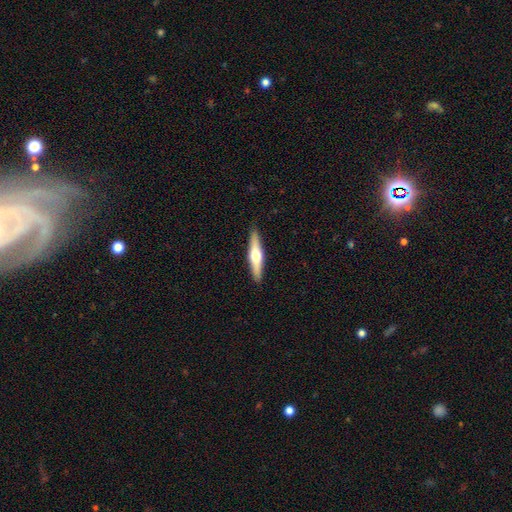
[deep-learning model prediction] Q: Smooth or featured?
A: featured or disk (58%); runner-up: smooth (37%)
Q: Edge-on disk?
A: yes (96%); runner-up: no (4%)
Q: Edge-on bulge?
A: rounded (94%); runner-up: boxy (3%)
Q: Merging?
A: none (90%); runner-up: minor disturbance (7%)